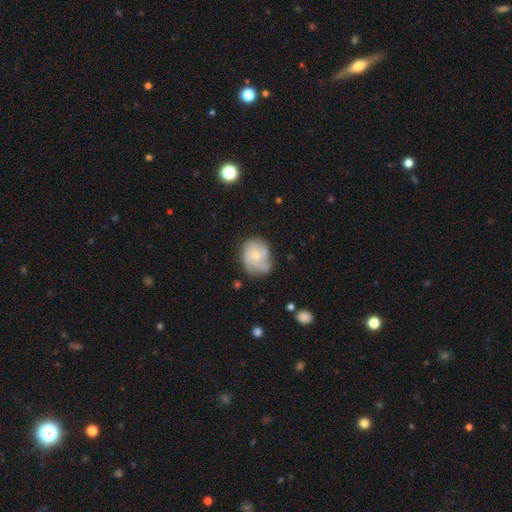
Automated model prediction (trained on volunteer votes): A featured or disk galaxy (49%). Merging: none (53%).